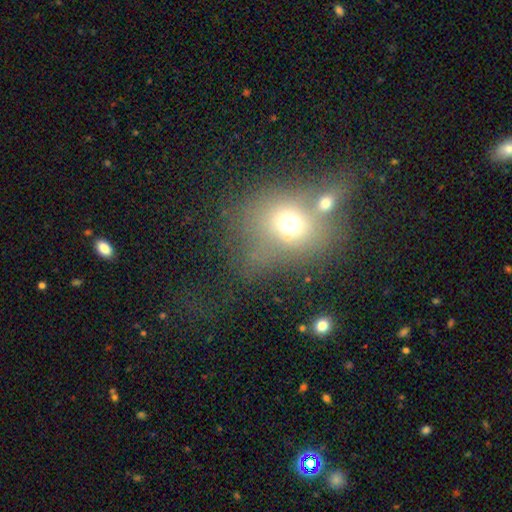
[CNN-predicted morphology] Smooth or featured: smooth — 61% (featured or disk — 21%)
How rounded: round — 55% (in between — 43%)
Merging: merger — 34% (none — 31%)